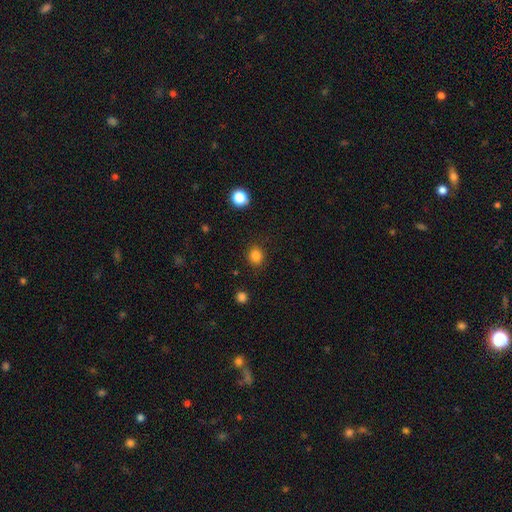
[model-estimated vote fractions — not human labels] Smooth or featured?
  - smooth: 84% *
  - star or artifact: 12%
  - featured or disk: 4%
How rounded?
  - round: 69% *
  - in between: 30%
  - cigar-shaped: 1%
Merging?
  - none: 85% *
  - minor disturbance: 10%
  - major disturbance: 3%
  - merger: 2%